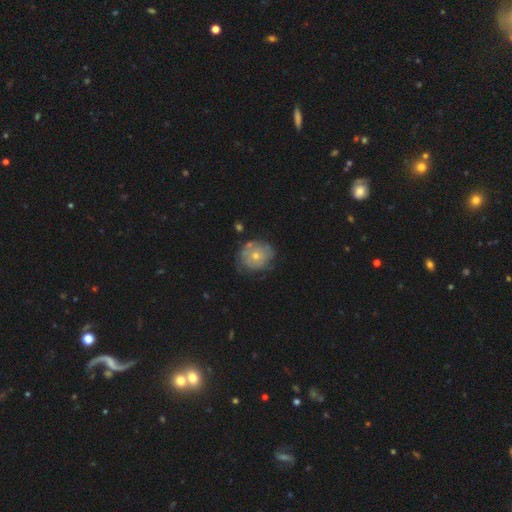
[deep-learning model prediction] A smooth galaxy with no disk features (48%). Merging: none (61%).